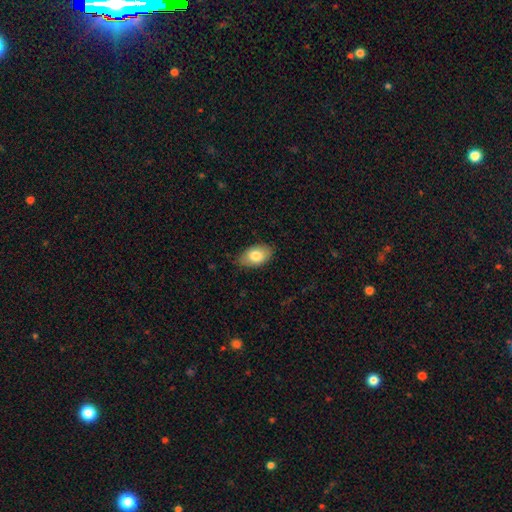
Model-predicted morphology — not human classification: A smooth galaxy with no disk features (81%) that is in between round and cigar-shaped (92%).

Vote fractions:
- Smooth or featured? smooth: 81% / featured or disk: 13% / star or artifact: 7%
- How rounded? in between: 92% / round: 6% / cigar-shaped: 2%
- Merging? none: 82% / minor disturbance: 14% / major disturbance: 3% / merger: 1%